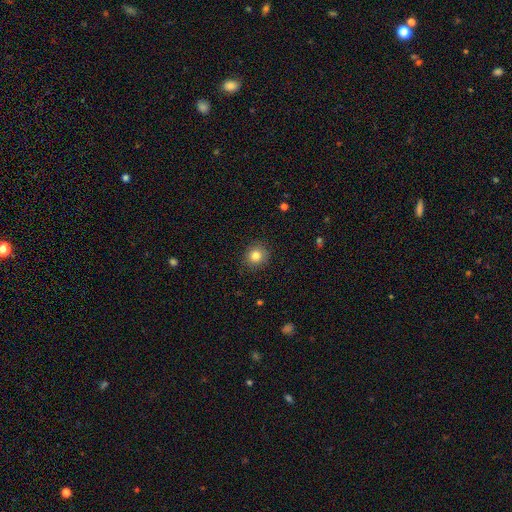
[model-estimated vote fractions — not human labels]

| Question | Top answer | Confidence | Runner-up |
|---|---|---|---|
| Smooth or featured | smooth | 83% | star or artifact (10%) |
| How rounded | round | 88% | in between (11%) |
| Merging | none | 89% | minor disturbance (8%) |